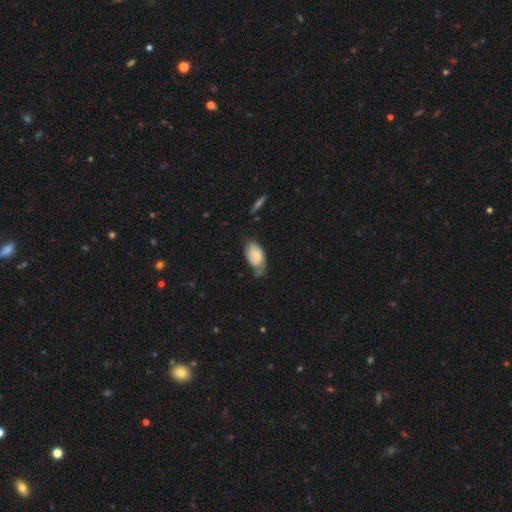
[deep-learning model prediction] Smooth or featured? smooth (57%)
How rounded? in between (93%)
Merging? minor disturbance (39%)